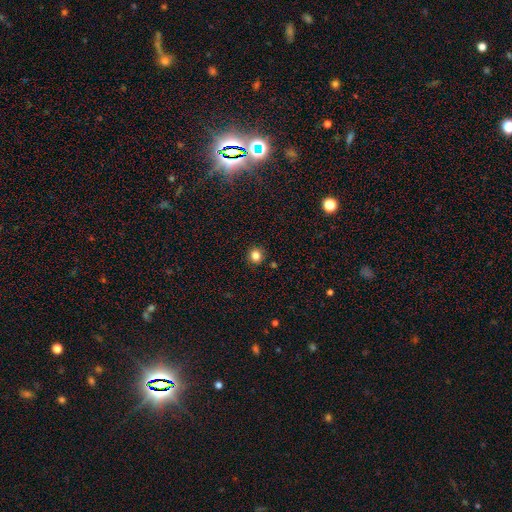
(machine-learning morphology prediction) Overall: smooth (83%). How rounded: round (91%). Merging: none (90%).